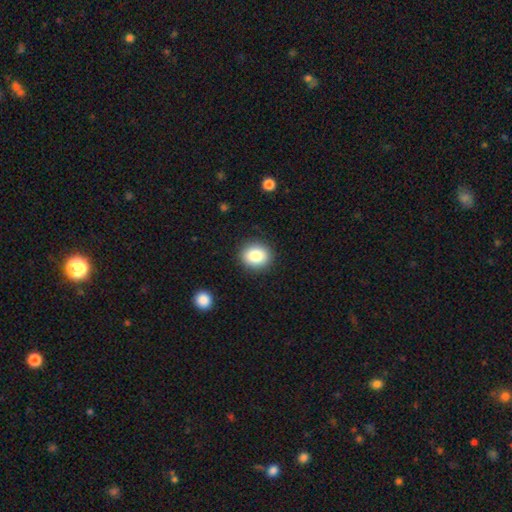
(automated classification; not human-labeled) The model was most divided on "how rounded": round: 70%, in between: 29%, cigar-shaped: 1%. More confident: merging — none (90%); smooth or featured — smooth (84%).